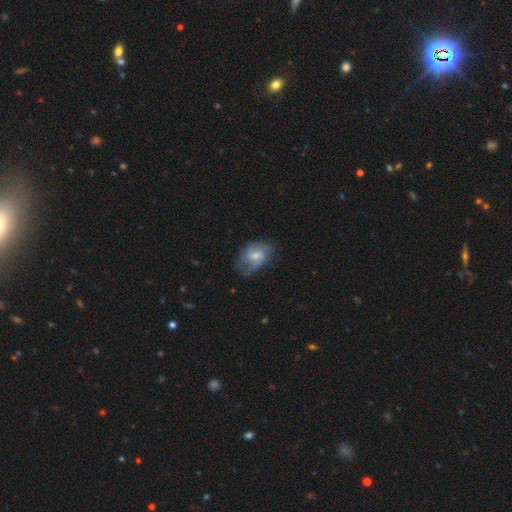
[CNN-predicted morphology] smooth 50%, featured or disk 43%, star or artifact 7%. Down the decision tree: how rounded — in between (80%); merging — none (55%).